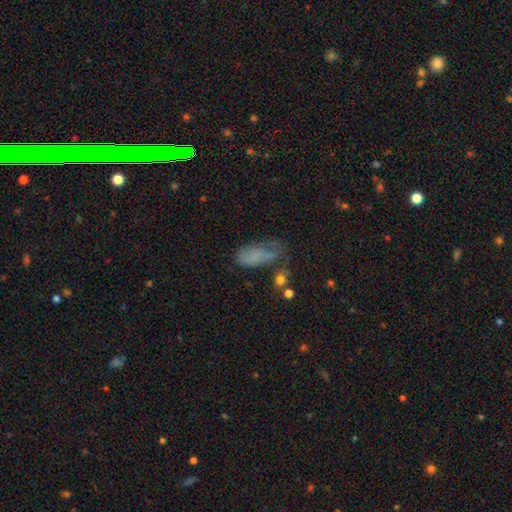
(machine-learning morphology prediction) This is likely a smooth galaxy (64%). How rounded: clearly in between (87%). Merging: marginally major disturbance (34%).